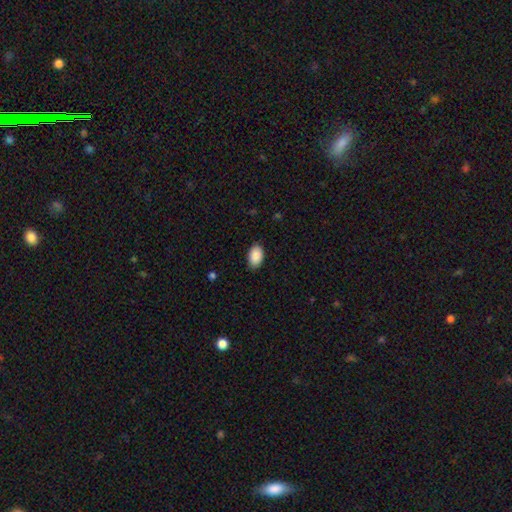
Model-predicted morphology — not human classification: This appears to be a smooth galaxy with no disk features (89%) that is in between round and cigar-shaped (91%). Merging: none (88%).